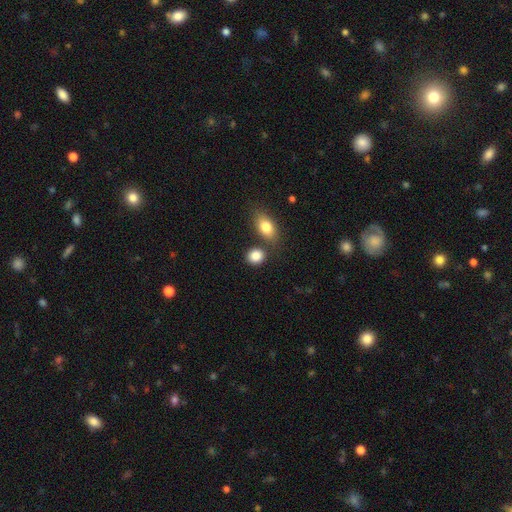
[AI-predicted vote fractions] Smooth or featured: smooth — 86% (star or artifact — 8%)
How rounded: round — 68% (in between — 31%)
Merging: none — 70% (merger — 16%)